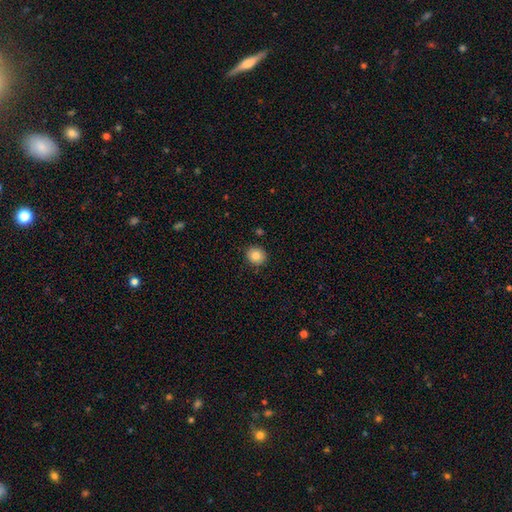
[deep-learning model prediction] Smooth or featured: smooth — 84% (star or artifact — 9%)
How rounded: round — 84% (in between — 15%)
Merging: none — 89% (minor disturbance — 8%)